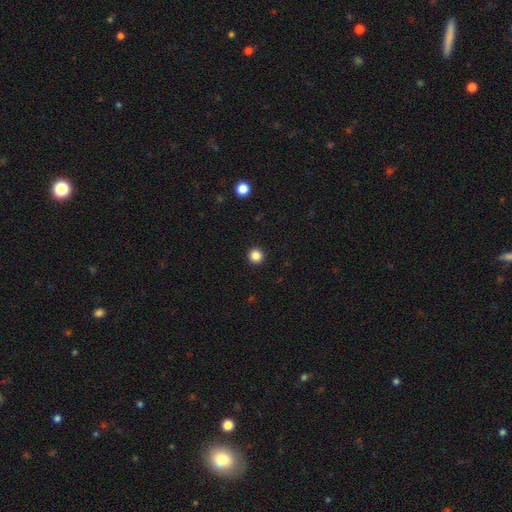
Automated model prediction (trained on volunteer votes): Smooth or featured?
  - smooth: 86% *
  - star or artifact: 11%
  - featured or disk: 3%
How rounded?
  - round: 96% *
  - in between: 3%
  - cigar-shaped: 1%
Merging?
  - none: 94% *
  - minor disturbance: 4%
  - major disturbance: 1%
  - merger: 1%